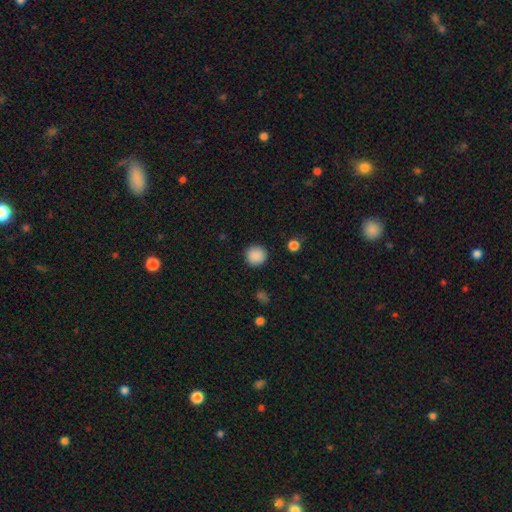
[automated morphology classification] The model was most divided on "smooth or featured": smooth: 89%, star or artifact: 8%, featured or disk: 3%. More confident: how rounded — round (95%); merging — none (91%).